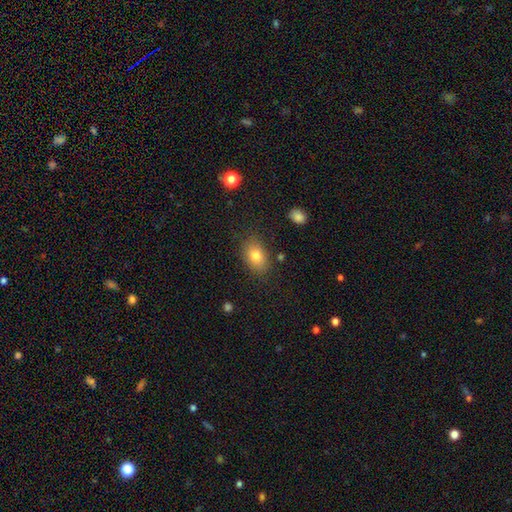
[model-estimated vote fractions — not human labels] Q: Smooth or featured?
A: smooth (80%); runner-up: featured or disk (11%)
Q: How rounded?
A: in between (81%); runner-up: round (17%)
Q: Merging?
A: none (81%); runner-up: minor disturbance (13%)